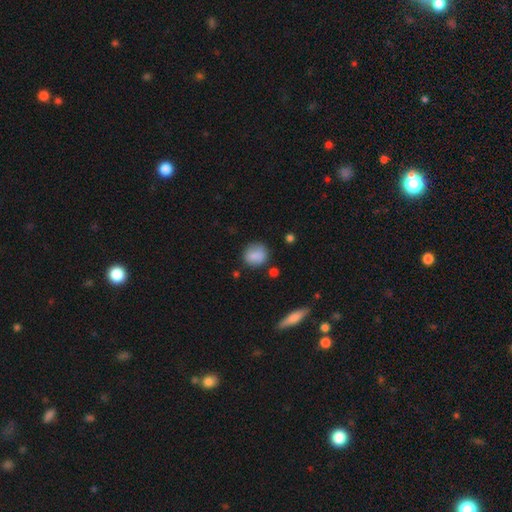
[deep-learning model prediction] This is clearly a smooth galaxy (83%). How rounded: likely round (75%). Merging: likely none (76%).